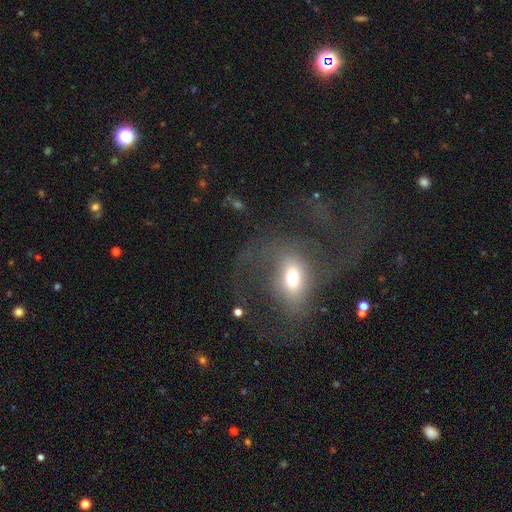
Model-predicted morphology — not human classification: smooth_or_featured: featured or disk (p=0.67) [alt: smooth p=0.21]
disk_edge_on: no (p=0.94) [alt: yes p=0.06]
bar: no (p=0.44) [alt: weak p=0.36]
has_spiral_arms: yes (p=0.76) [alt: no p=0.24]
bulge_size: moderate (p=0.62) [alt: small p=0.22]
merging: major disturbance (p=0.41) [alt: none p=0.40]